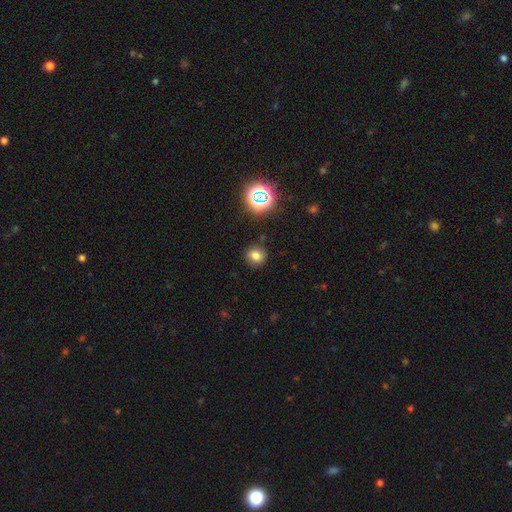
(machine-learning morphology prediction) Overall: smooth (74%). How rounded: round (83%). Merging: none (87%).